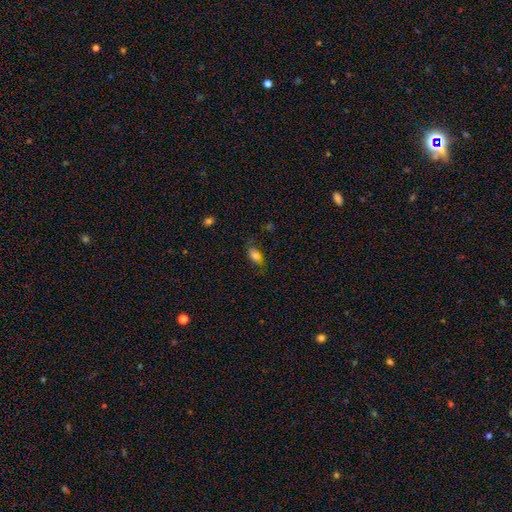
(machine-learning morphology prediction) smooth 77%, featured or disk 14%, star or artifact 9%. Down the decision tree: how rounded — in between (88%); merging — none (73%).